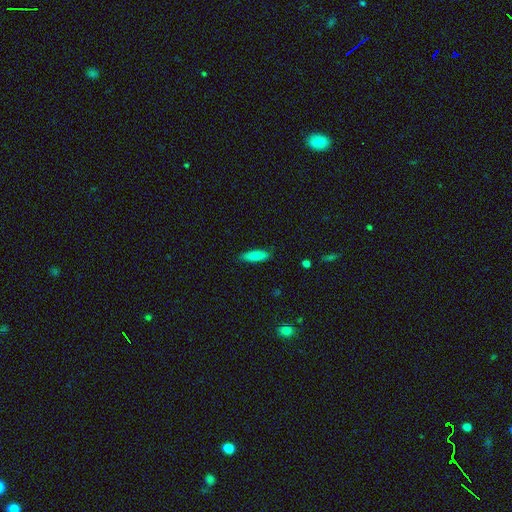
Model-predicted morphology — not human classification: Smooth or featured? Predicted: smooth (p=0.83). How rounded? Predicted: cigar-shaped (p=0.56). Merging? Predicted: none (p=0.84).